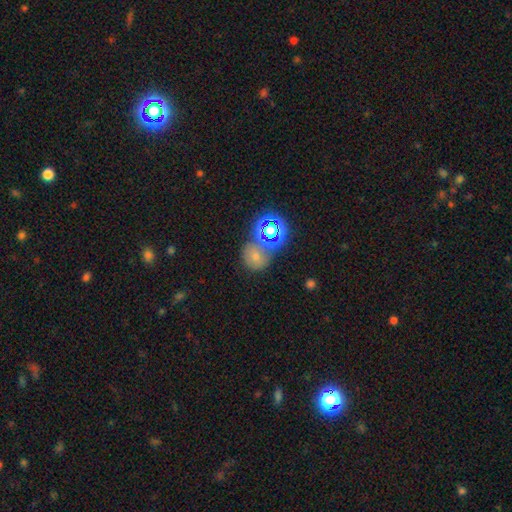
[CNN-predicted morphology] Smooth or featured?
  - smooth: 60% *
  - star or artifact: 28%
  - featured or disk: 13%
How rounded?
  - round: 79% *
  - in between: 20%
  - cigar-shaped: 1%
Merging?
  - none: 55% *
  - merger: 25%
  - minor disturbance: 13%
  - major disturbance: 7%